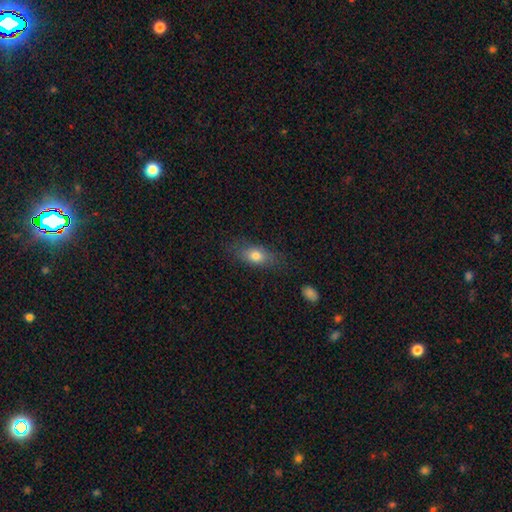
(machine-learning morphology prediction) smooth-or-featured: smooth: 77% | featured or disk: 15% | star or artifact: 9%
  how-rounded: in between: 76% | cigar-shaped: 14% | round: 10%
  merging: none: 74% | minor disturbance: 18% | major disturbance: 7% | merger: 2%